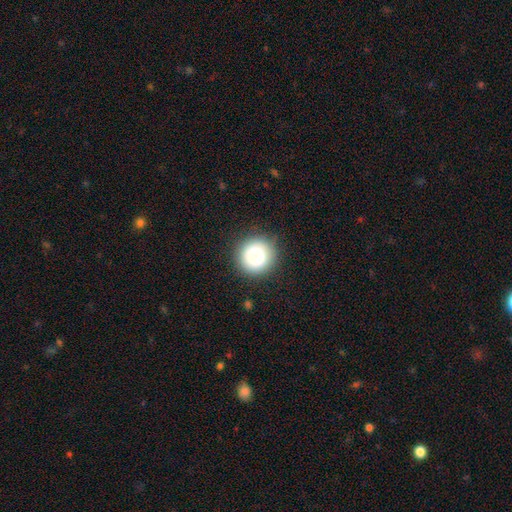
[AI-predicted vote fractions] This is clearly a smooth galaxy (80%). How rounded: clearly round (94%). Merging: clearly none (87%).